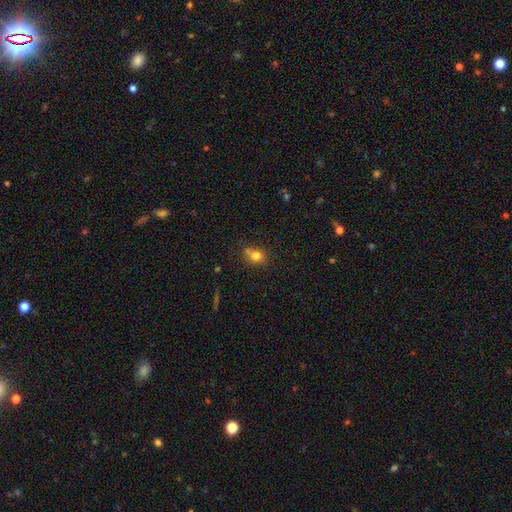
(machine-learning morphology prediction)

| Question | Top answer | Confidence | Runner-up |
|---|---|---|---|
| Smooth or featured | smooth | 78% | star or artifact (12%) |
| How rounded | round | 58% | in between (41%) |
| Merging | none | 61% | merger (17%) |